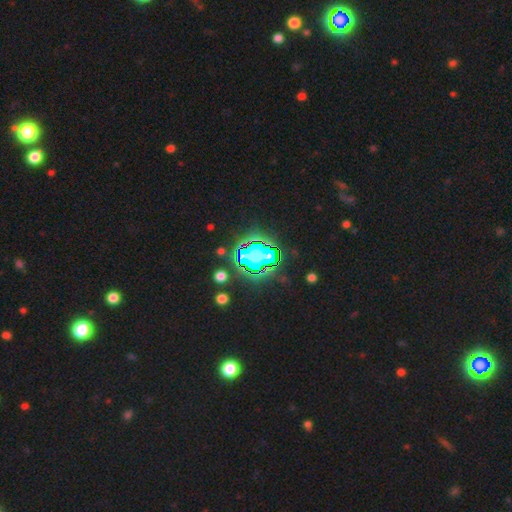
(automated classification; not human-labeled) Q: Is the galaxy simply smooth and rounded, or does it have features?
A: star or artifact — 63%.